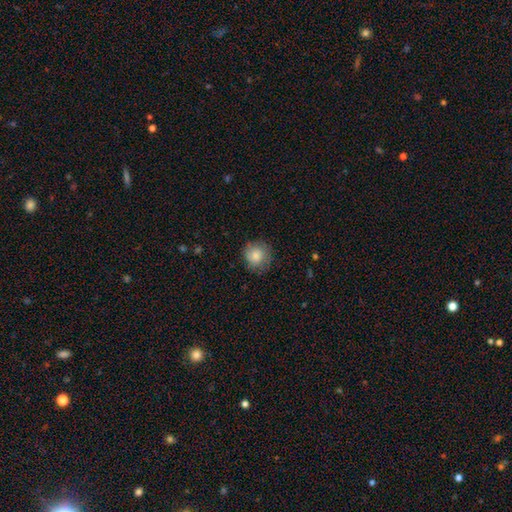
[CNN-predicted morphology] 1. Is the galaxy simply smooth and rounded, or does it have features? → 79% smooth, 13% featured or disk, 8% star or artifact.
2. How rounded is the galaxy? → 89% round, 10% in between, 1% cigar-shaped.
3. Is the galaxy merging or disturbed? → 79% none, 15% minor disturbance, 4% major disturbance, 1% merger.